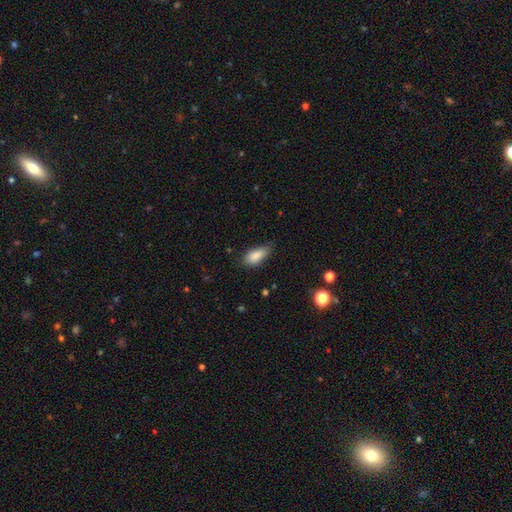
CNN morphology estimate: This appears to be a smooth galaxy with no disk features (84%) that is in between round and cigar-shaped (83%). Merging: none (58%).